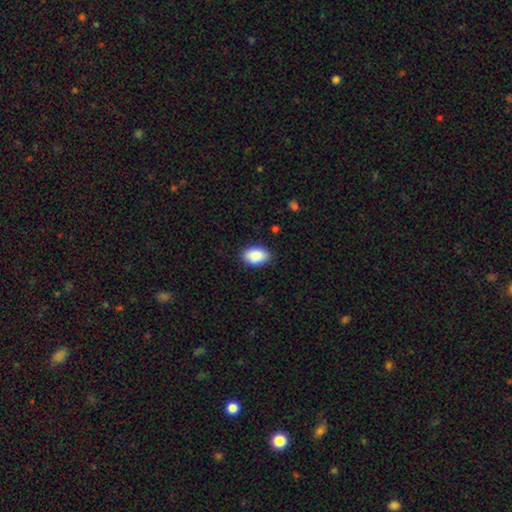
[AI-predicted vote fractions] Smooth or featured? smooth (89%)
How rounded? in between (90%)
Merging? none (86%)